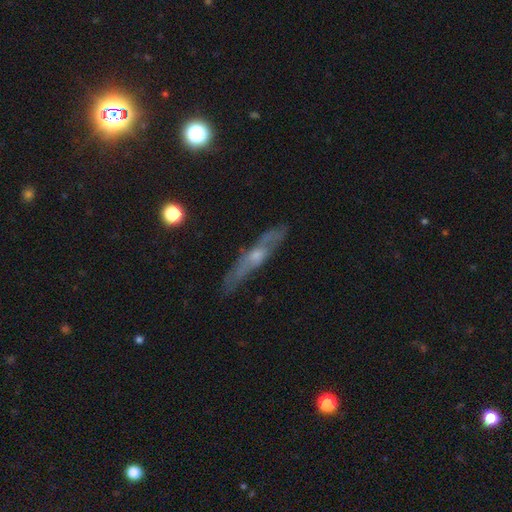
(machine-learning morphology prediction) smooth_or_featured: featured or disk (p=0.65) [alt: smooth p=0.27]
disk_edge_on: yes (p=0.76) [alt: no p=0.24]
merging: none (p=0.76) [alt: minor disturbance p=0.17]